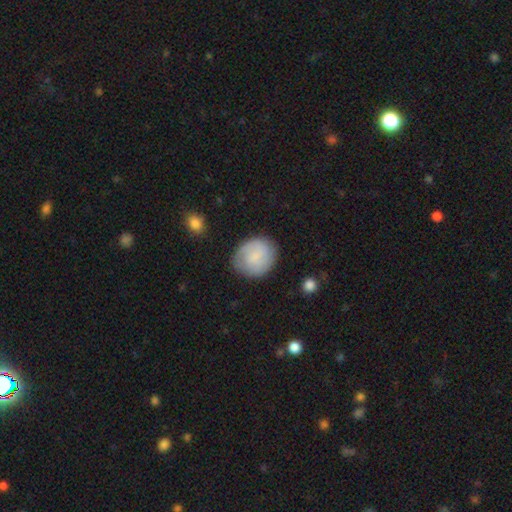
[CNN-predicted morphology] Q: Smooth or featured?
A: smooth (59%); runner-up: featured or disk (33%)
Q: How rounded?
A: round (72%); runner-up: in between (27%)
Q: Merging?
A: none (77%); runner-up: minor disturbance (16%)